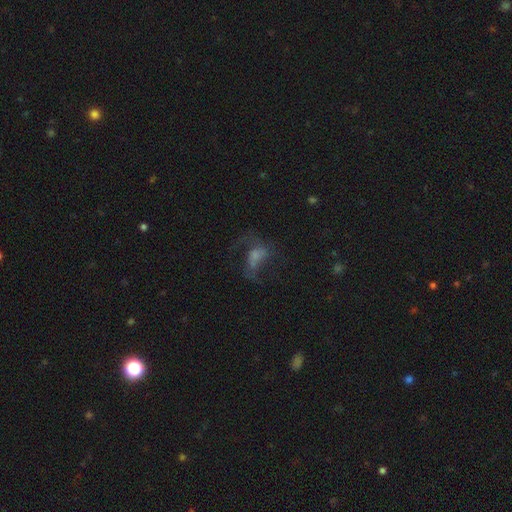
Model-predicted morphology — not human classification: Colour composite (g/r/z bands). It shows a featured or disk galaxy (51%). Merging: none (41%).